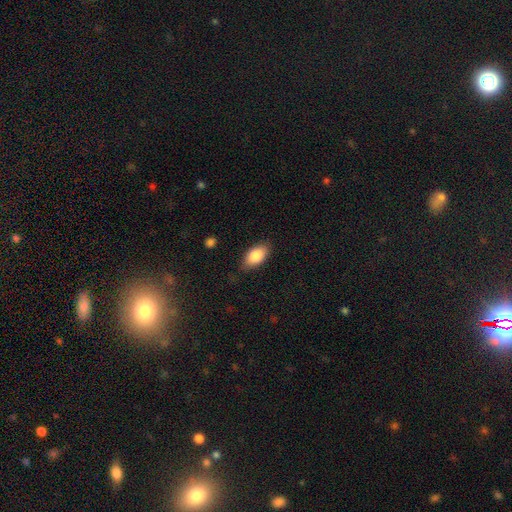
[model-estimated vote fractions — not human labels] smooth 85%, featured or disk 9%, star or artifact 6%. Down the decision tree: how rounded — in between (92%); merging — none (79%).